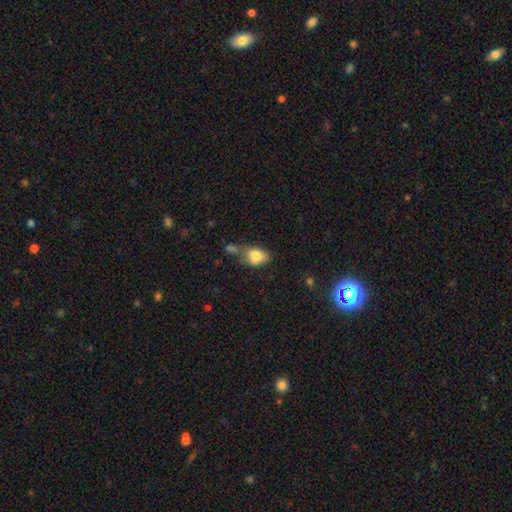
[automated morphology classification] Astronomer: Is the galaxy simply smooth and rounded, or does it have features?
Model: smooth — 81%.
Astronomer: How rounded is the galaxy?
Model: in between — 81%.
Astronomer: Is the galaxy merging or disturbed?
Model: none — 40% (runner-up: minor disturbance, 25%).